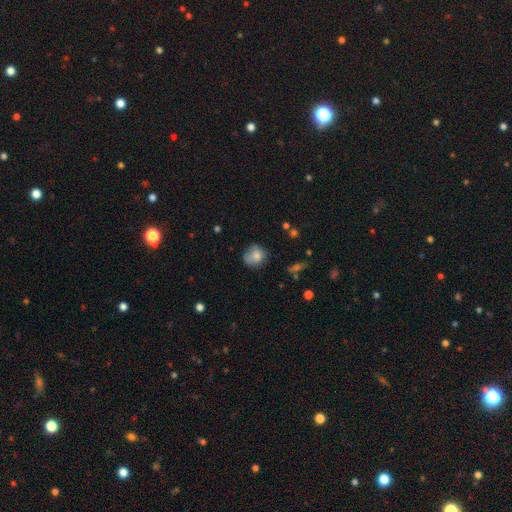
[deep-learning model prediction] A smooth galaxy with no disk features (76%) that is round (75%).

Vote fractions:
- Smooth or featured? smooth: 76% / featured or disk: 15% / star or artifact: 9%
- How rounded? round: 75% / in between: 24% / cigar-shaped: 1%
- Merging? none: 59% / minor disturbance: 28% / major disturbance: 11% / merger: 3%